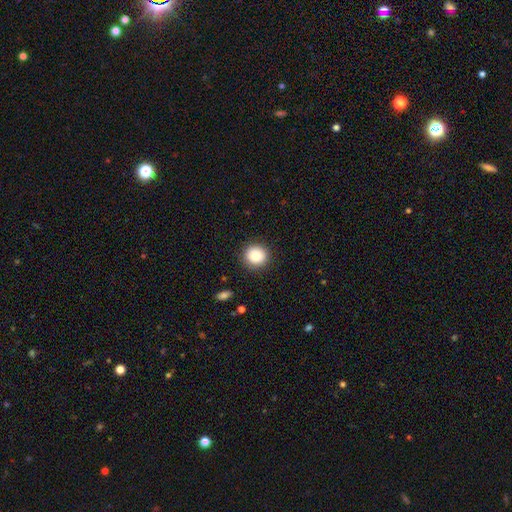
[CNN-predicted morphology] This is clearly a smooth galaxy (84%). How rounded: clearly round (90%). Merging: clearly none (90%).